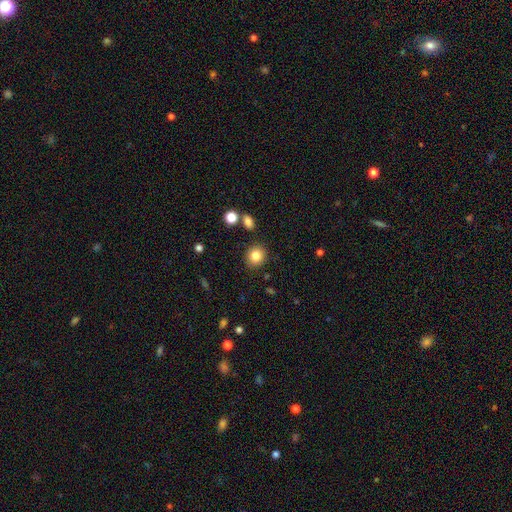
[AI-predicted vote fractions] Smooth or featured?
  - smooth: 84% *
  - star or artifact: 10%
  - featured or disk: 6%
How rounded?
  - round: 75% *
  - in between: 24%
  - cigar-shaped: 1%
Merging?
  - none: 87% *
  - minor disturbance: 8%
  - merger: 3%
  - major disturbance: 3%